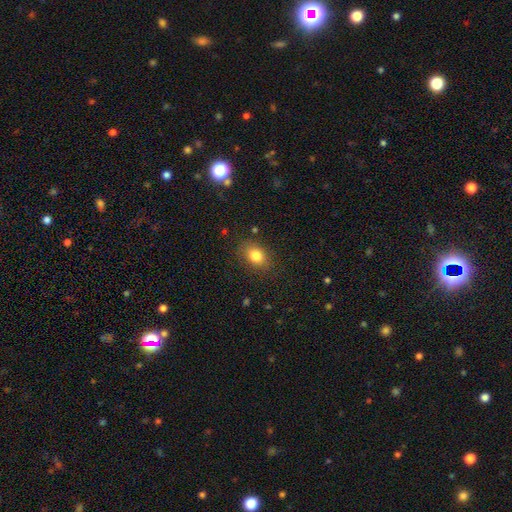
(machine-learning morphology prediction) smooth-or-featured: smooth: 81% | star or artifact: 10% | featured or disk: 8%
  how-rounded: in between: 66% | round: 33% | cigar-shaped: 1%
  merging: none: 84% | minor disturbance: 11% | major disturbance: 4% | merger: 1%